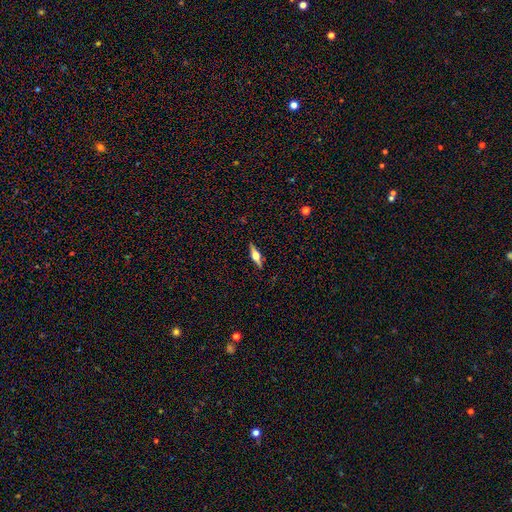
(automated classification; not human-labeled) Smooth or featured: featured or disk — 67% (smooth — 26%)
Edge-on disk: yes — 96% (no — 4%)
Edge-on bulge: rounded — 93% (boxy — 5%)
Merging: none — 89% (minor disturbance — 8%)